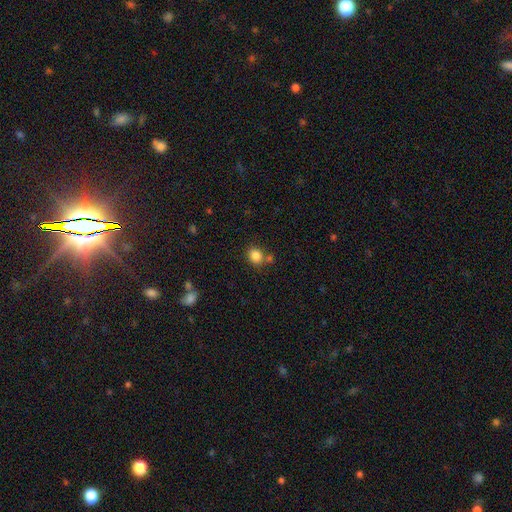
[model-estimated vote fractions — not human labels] The model was most divided on "how rounded": round: 59%, in between: 40%, cigar-shaped: 1%. More confident: smooth or featured — smooth (84%); merging — none (69%).